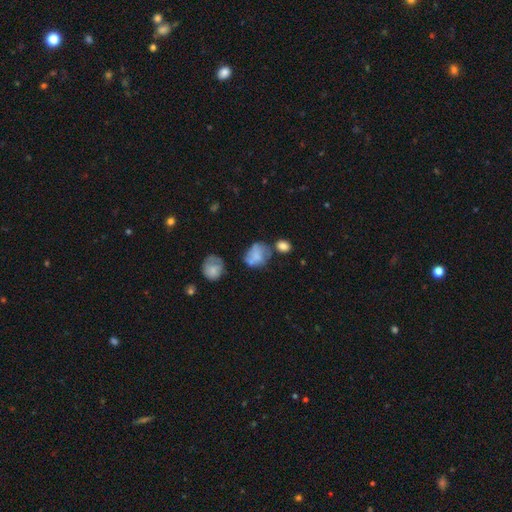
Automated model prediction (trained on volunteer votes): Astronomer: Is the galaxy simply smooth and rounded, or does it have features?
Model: smooth — 63%.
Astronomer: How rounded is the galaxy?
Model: in between — 56% (runner-up: round, 43%).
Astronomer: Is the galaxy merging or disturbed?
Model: none — 35% (runner-up: minor disturbance, 26%).